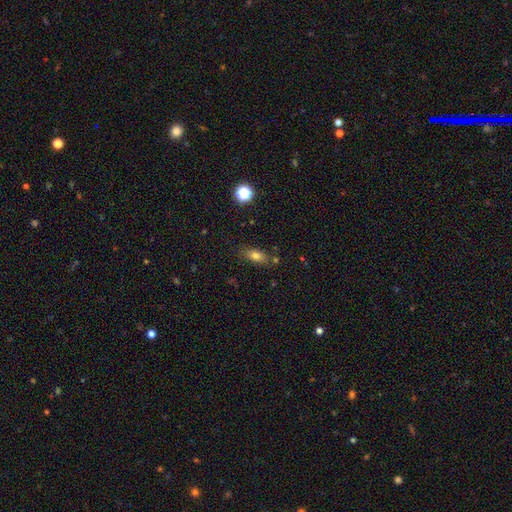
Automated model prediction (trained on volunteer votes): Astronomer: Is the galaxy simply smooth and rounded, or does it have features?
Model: smooth — 75%.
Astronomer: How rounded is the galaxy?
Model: in between — 78%.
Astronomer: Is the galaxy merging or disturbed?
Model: none — 77%.